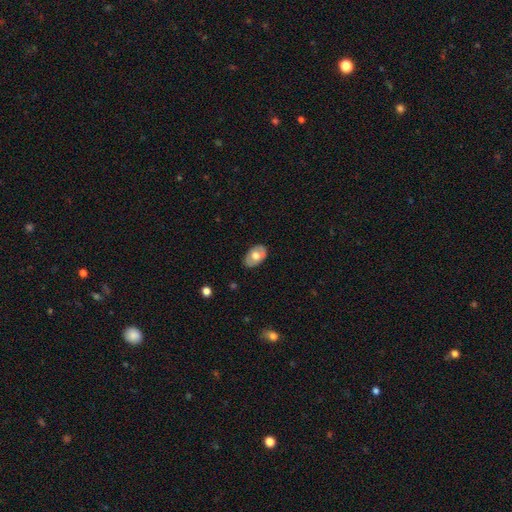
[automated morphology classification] Smooth or featured: smooth — 54% (featured or disk — 40%)
How rounded: in between — 88% (round — 11%)
Merging: none — 81% (minor disturbance — 15%)